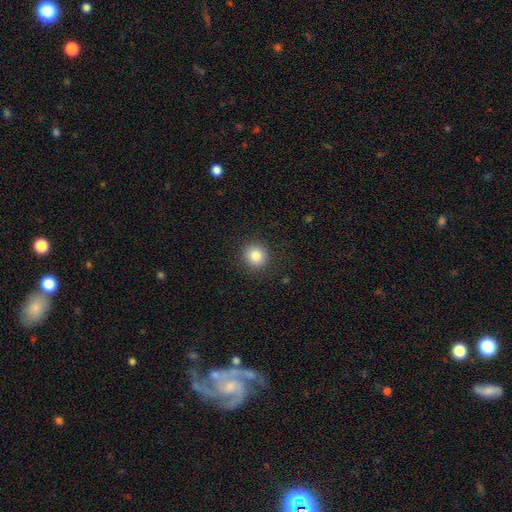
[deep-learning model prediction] smooth_or_featured: smooth (p=0.83) [alt: star or artifact p=0.11]
how_rounded: round (p=0.90) [alt: in between p=0.09]
merging: none (p=0.91) [alt: minor disturbance p=0.06]